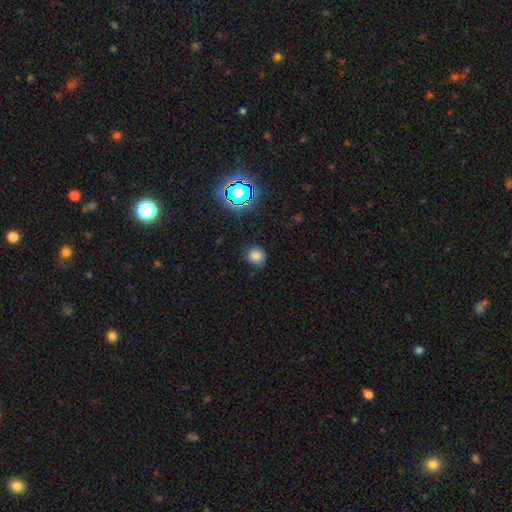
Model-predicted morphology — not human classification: Smooth or featured?
  - smooth: 77% *
  - star or artifact: 18%
  - featured or disk: 5%
How rounded?
  - round: 84% *
  - in between: 15%
  - cigar-shaped: 1%
Merging?
  - none: 82% *
  - minor disturbance: 14%
  - major disturbance: 3%
  - merger: 1%